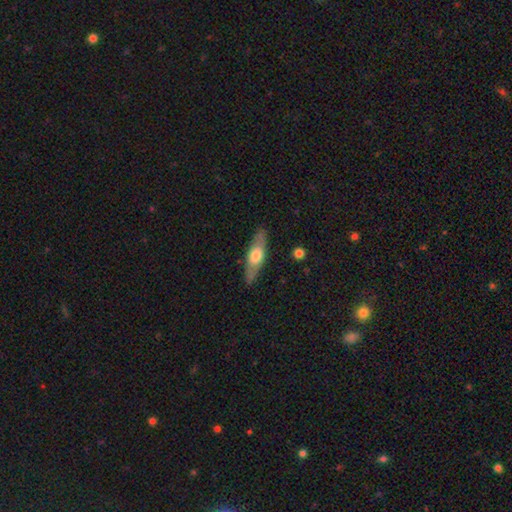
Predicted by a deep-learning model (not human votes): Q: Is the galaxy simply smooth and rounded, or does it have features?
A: featured or disk — 50%.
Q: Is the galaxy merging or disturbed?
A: none — 84%.